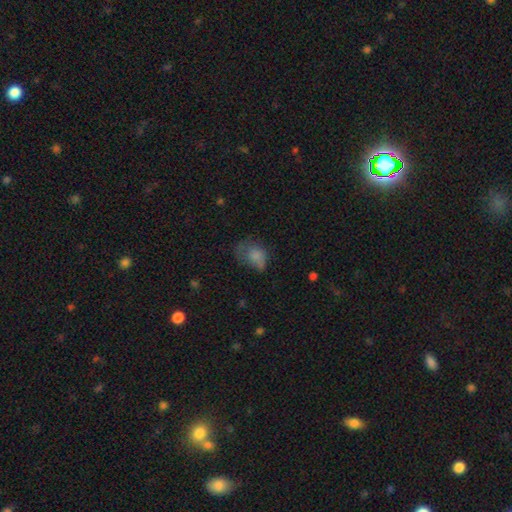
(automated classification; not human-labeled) Smooth or featured?
  - smooth: 72% *
  - featured or disk: 17%
  - star or artifact: 11%
How rounded?
  - in between: 68% *
  - round: 31%
  - cigar-shaped: 1%
Merging?
  - major disturbance: 36% *
  - minor disturbance: 31%
  - none: 29%
  - merger: 4%